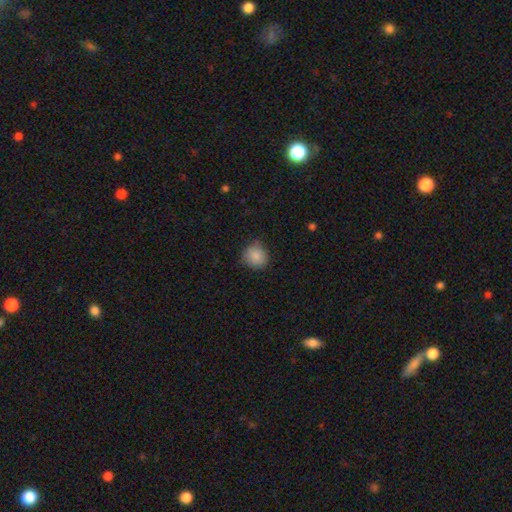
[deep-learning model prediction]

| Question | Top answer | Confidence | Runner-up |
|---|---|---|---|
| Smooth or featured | smooth | 85% | star or artifact (9%) |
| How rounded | round | 87% | in between (12%) |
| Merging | none | 74% | minor disturbance (21%) |